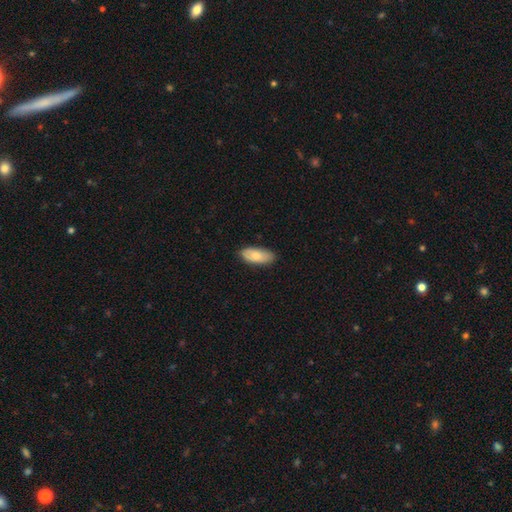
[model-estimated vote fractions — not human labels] A smooth galaxy with no disk features (77%) that is in between round and cigar-shaped (88%). Merging: none (83%).